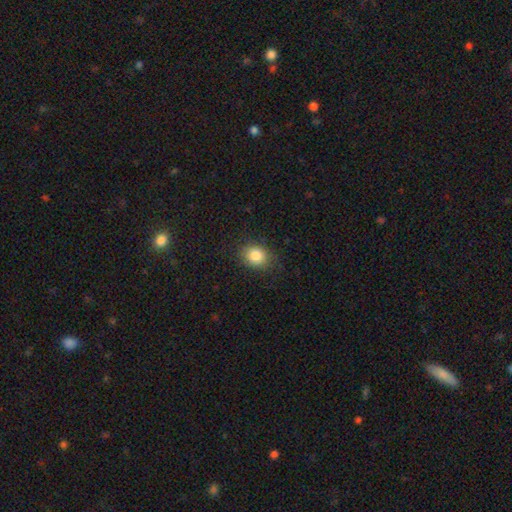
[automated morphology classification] Smooth or featured?
  - smooth: 84% *
  - star or artifact: 10%
  - featured or disk: 6%
How rounded?
  - round: 52% *
  - in between: 47%
  - cigar-shaped: 1%
Merging?
  - none: 83% *
  - minor disturbance: 12%
  - major disturbance: 4%
  - merger: 1%